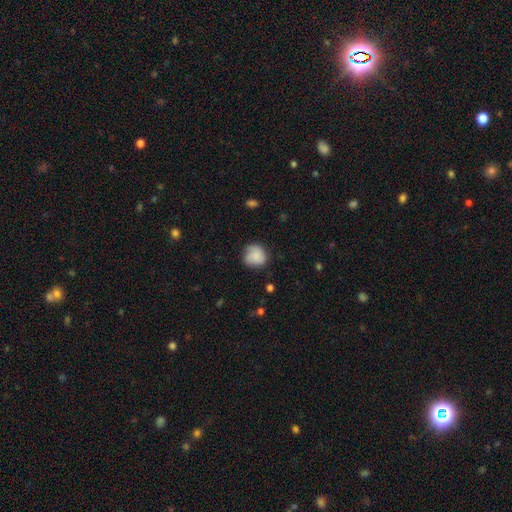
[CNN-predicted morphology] type=smooth (80%); roundness=round (84%); merging=none (69%).